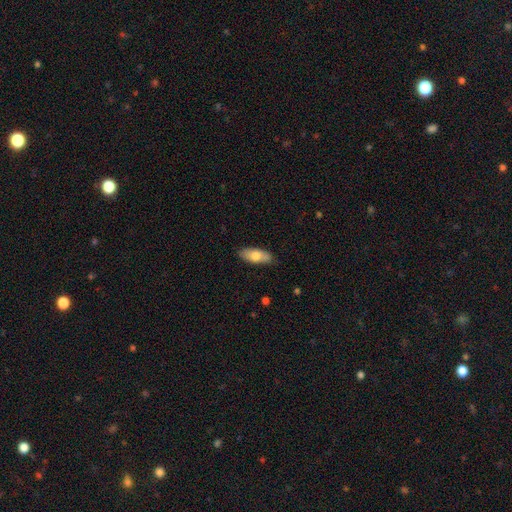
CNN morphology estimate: smooth-or-featured: smooth: 72% | featured or disk: 22% | star or artifact: 6%
  how-rounded: in between: 80% | cigar-shaped: 18% | round: 2%
  merging: none: 83% | minor disturbance: 14% | major disturbance: 2% | merger: 1%